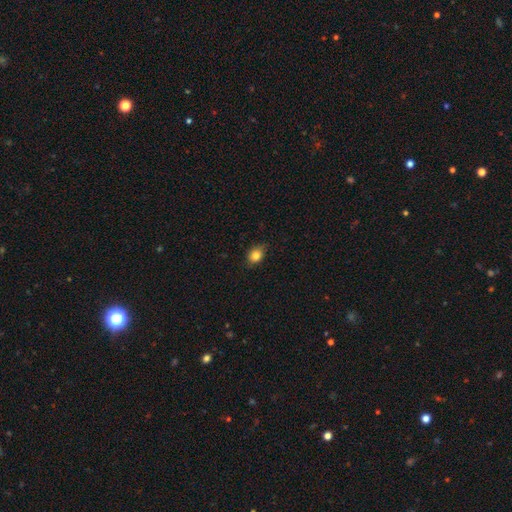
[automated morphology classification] Smooth or featured: smooth — 82% (star or artifact — 11%)
How rounded: round — 55% (in between — 44%)
Merging: none — 76% (minor disturbance — 20%)